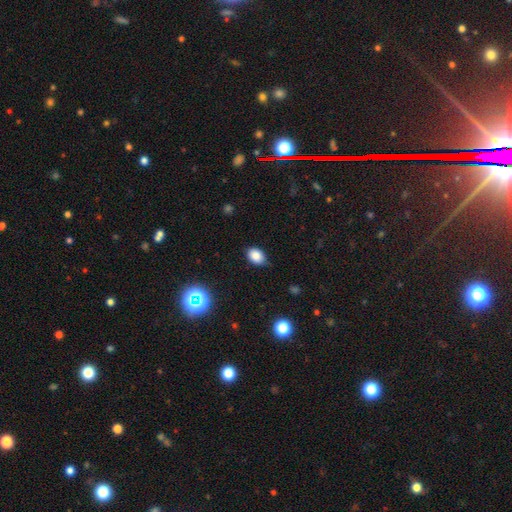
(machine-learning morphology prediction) smooth-or-featured: smooth: 84% | star or artifact: 11% | featured or disk: 5%
  how-rounded: in between: 77% | round: 22% | cigar-shaped: 1%
  merging: none: 76% | minor disturbance: 19% | major disturbance: 3% | merger: 1%